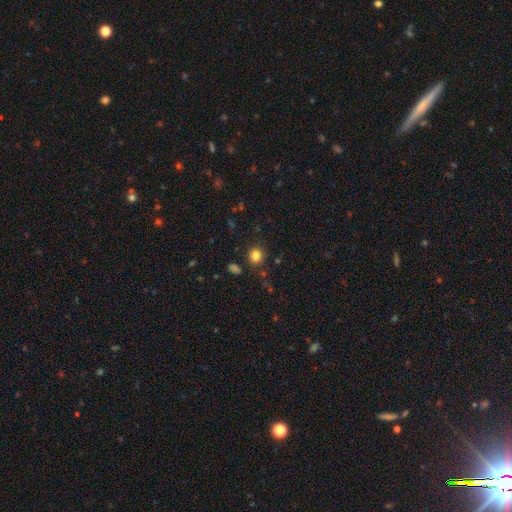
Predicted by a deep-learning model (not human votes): Smooth or featured?
  - smooth: 82% *
  - star or artifact: 13%
  - featured or disk: 6%
How rounded?
  - round: 83% *
  - in between: 16%
  - cigar-shaped: 1%
Merging?
  - none: 86% *
  - minor disturbance: 9%
  - major disturbance: 3%
  - merger: 3%